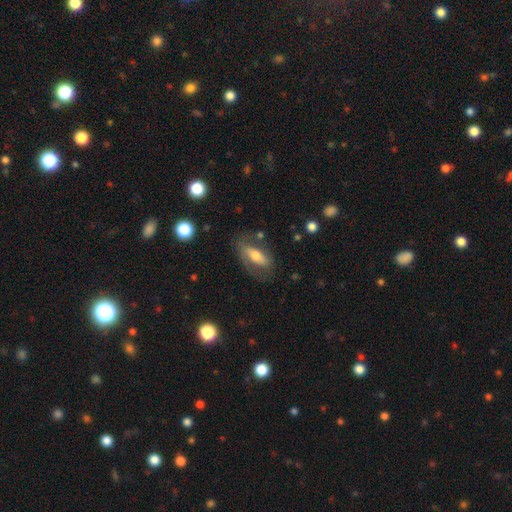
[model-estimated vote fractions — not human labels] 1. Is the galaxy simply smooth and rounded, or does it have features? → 50% smooth, 43% featured or disk, 7% star or artifact.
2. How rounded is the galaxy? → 74% in between, 21% cigar-shaped, 4% round.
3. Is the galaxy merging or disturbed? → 61% none, 21% minor disturbance, 14% major disturbance, 3% merger.